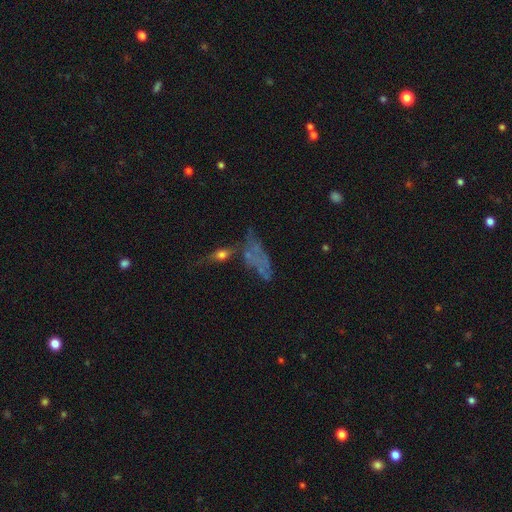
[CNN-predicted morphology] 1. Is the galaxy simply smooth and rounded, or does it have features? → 41% featured or disk, 39% smooth, 21% star or artifact.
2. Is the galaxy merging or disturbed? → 31% none, 29% major disturbance, 22% merger, 18% minor disturbance.